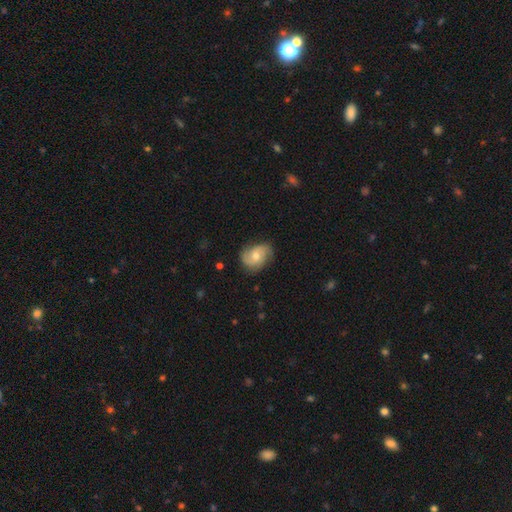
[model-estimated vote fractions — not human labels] featured or disk 58%, smooth 34%, star or artifact 8%. Down the decision tree: edge-on disk — no (96%); bar — no (71%); spiral arms — yes (88%); bulge size — moderate (67%); merging — none (71%).